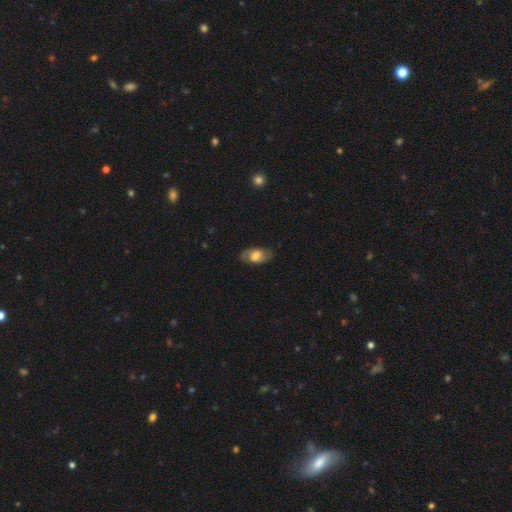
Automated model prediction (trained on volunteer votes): A featured or disk galaxy (49%).

Vote fractions:
- Smooth or featured? featured or disk: 49% / smooth: 45% / star or artifact: 7%
- Merging? none: 78% / minor disturbance: 15% / major disturbance: 5% / merger: 1%